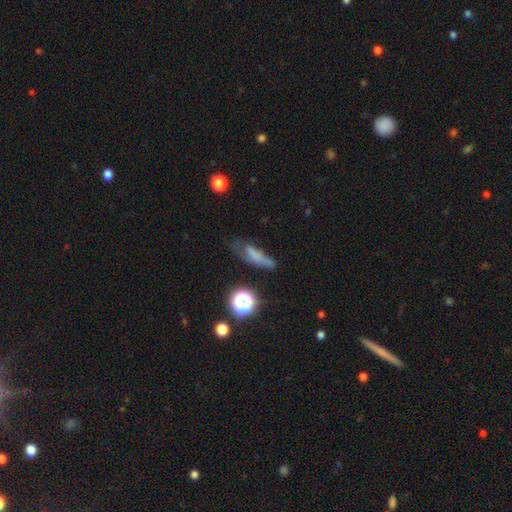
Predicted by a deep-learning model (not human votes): Overall: smooth (59%; featured or disk 24%). How rounded: cigar-shaped (51%; in between 39%). Merging: none (42%; minor disturbance 31%).